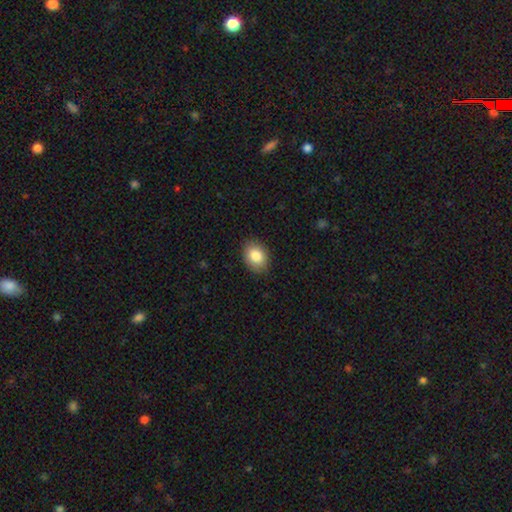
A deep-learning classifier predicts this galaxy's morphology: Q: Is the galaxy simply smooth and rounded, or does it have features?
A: smooth — 86%.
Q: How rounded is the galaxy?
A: in between — 69%.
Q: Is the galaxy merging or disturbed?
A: none — 86%.